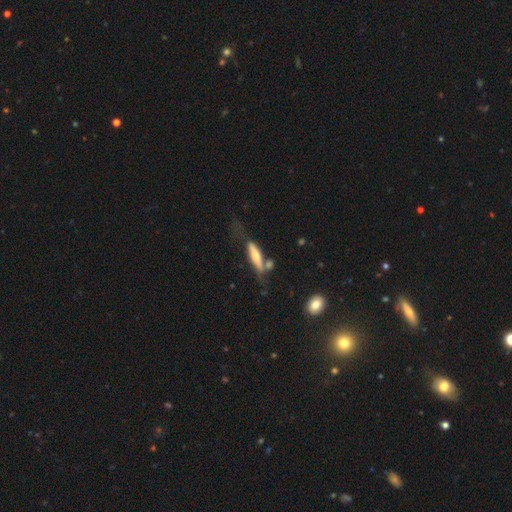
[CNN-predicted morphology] Smooth or featured: smooth — 57% (featured or disk — 37%)
How rounded: cigar-shaped — 71% (in between — 27%)
Merging: none — 43% (minor disturbance — 23%)